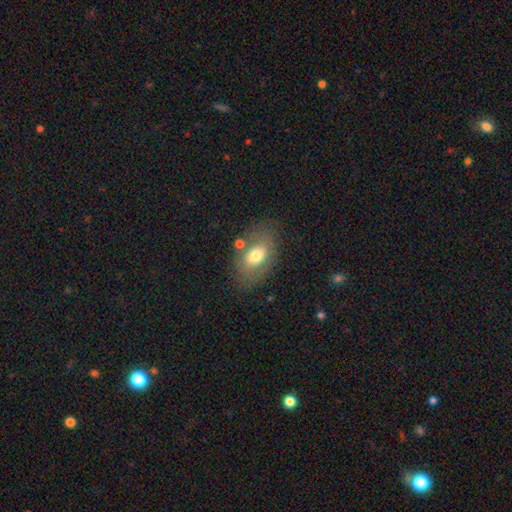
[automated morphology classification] This is likely a smooth galaxy (64%). How rounded: clearly in between (85%). Merging: likely none (69%).